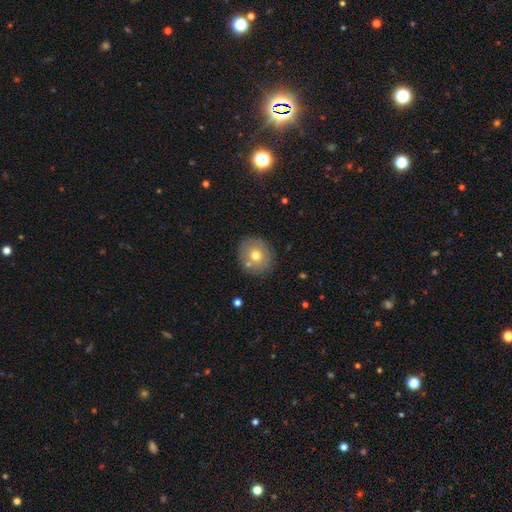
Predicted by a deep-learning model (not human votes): A smooth galaxy with no disk features (66%) that is round (85%). Merging: none (77%).